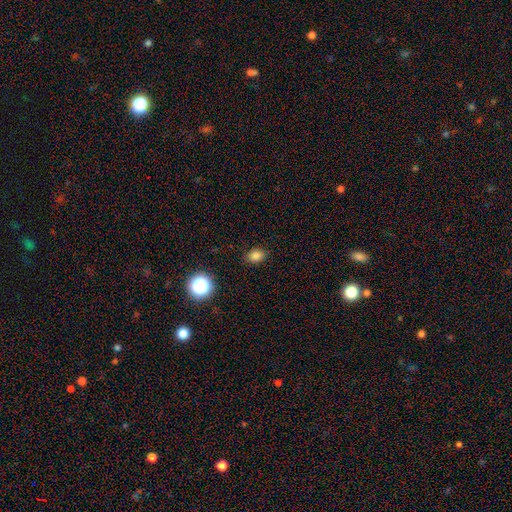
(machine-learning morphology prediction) A smooth galaxy with no disk features (81%) that is in between round and cigar-shaped (65%).

Vote fractions:
- Smooth or featured? smooth: 81% / star or artifact: 14% / featured or disk: 5%
- How rounded? in between: 65% / round: 34% / cigar-shaped: 1%
- Merging? none: 87% / minor disturbance: 10% / major disturbance: 3% / merger: 1%